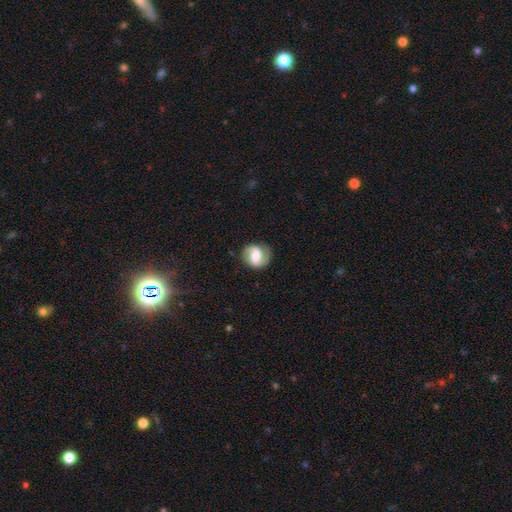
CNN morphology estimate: Smooth or featured? Predicted: featured or disk (p=0.73). Edge-on disk? Predicted: no (p=0.98). Bar? Predicted: weak (p=0.45). Spiral arms? Predicted: yes (p=0.92). Spiral winding? Predicted: medium (p=0.48). Spiral arm count? Predicted: 2 (p=0.87). Bulge size? Predicted: moderate (p=0.48). Merging? Predicted: none (p=0.81).